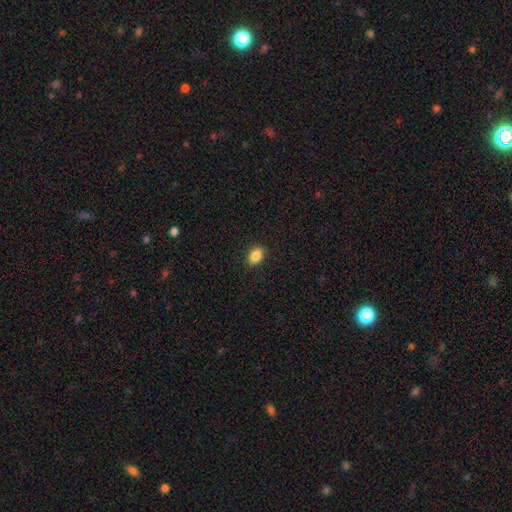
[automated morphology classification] Smooth or featured?
  - smooth: 87% *
  - star or artifact: 8%
  - featured or disk: 4%
How rounded?
  - in between: 83% *
  - round: 16%
  - cigar-shaped: 1%
Merging?
  - none: 89% *
  - minor disturbance: 8%
  - major disturbance: 2%
  - merger: 1%